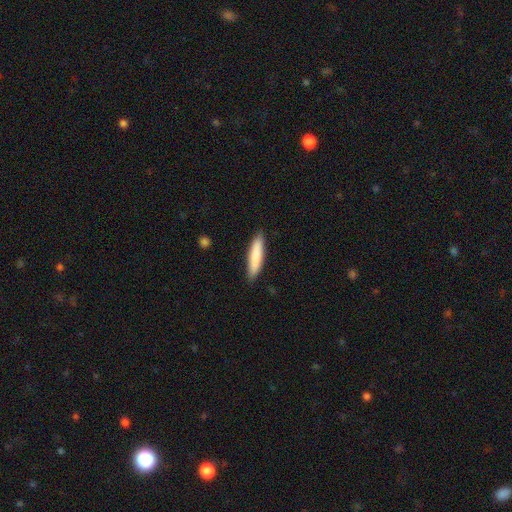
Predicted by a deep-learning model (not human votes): Smooth or featured: smooth — 83% (featured or disk — 12%)
How rounded: cigar-shaped — 80% (in between — 19%)
Merging: none — 88% (minor disturbance — 10%)